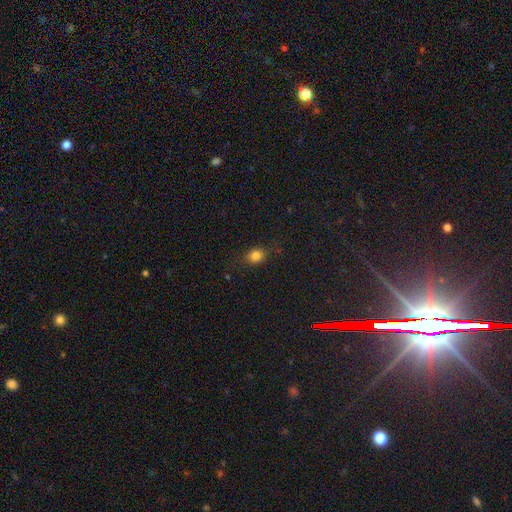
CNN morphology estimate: A smooth galaxy with no disk features (80%) that is round (63%).

Vote fractions:
- Smooth or featured? smooth: 80% / star or artifact: 13% / featured or disk: 7%
- How rounded? round: 63% / in between: 35% / cigar-shaped: 2%
- Merging? none: 79% / minor disturbance: 15% / major disturbance: 5% / merger: 1%